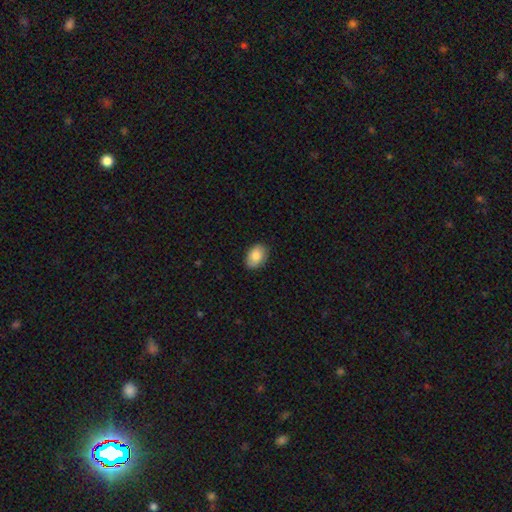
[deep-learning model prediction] Smooth or featured: smooth — 86% (featured or disk — 7%)
How rounded: in between — 81% (round — 18%)
Merging: none — 86% (minor disturbance — 11%)